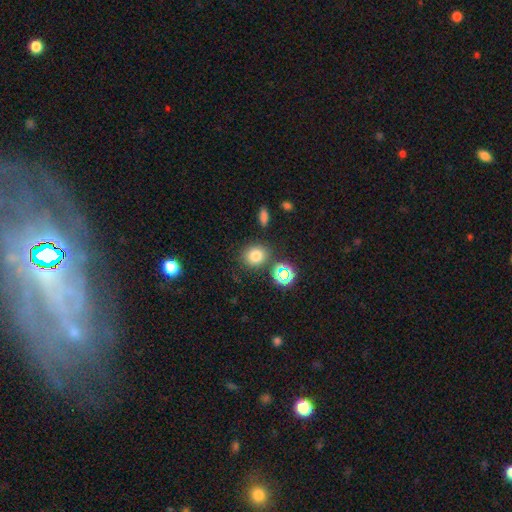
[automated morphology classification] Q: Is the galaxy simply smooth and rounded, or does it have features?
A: smooth — 76%.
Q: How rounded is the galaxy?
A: round — 77%.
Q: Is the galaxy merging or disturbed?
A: none — 78%.